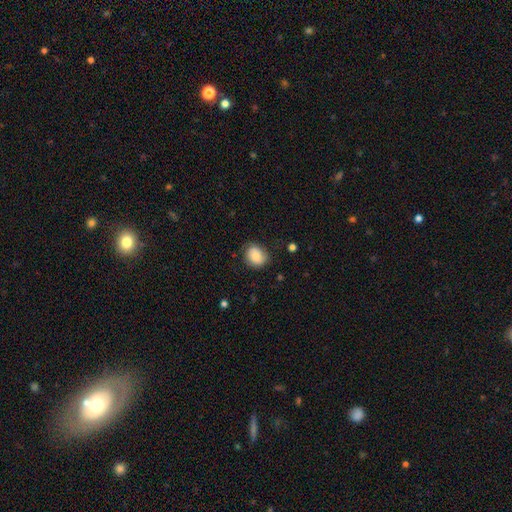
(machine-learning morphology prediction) Smooth or featured?
  - smooth: 73% *
  - featured or disk: 19%
  - star or artifact: 8%
How rounded?
  - round: 59% *
  - in between: 40%
  - cigar-shaped: 1%
Merging?
  - none: 71% *
  - minor disturbance: 21%
  - major disturbance: 6%
  - merger: 1%